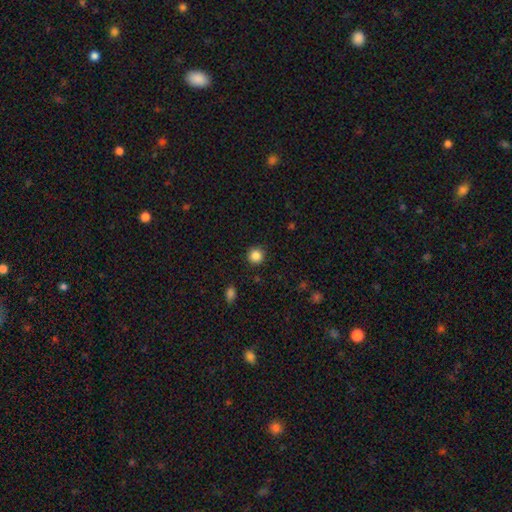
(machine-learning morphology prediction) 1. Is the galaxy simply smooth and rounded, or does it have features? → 86% smooth, 11% star or artifact, 3% featured or disk.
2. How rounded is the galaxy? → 94% round, 5% in between, 1% cigar-shaped.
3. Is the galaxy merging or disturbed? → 91% none, 5% minor disturbance, 2% major disturbance, 1% merger.